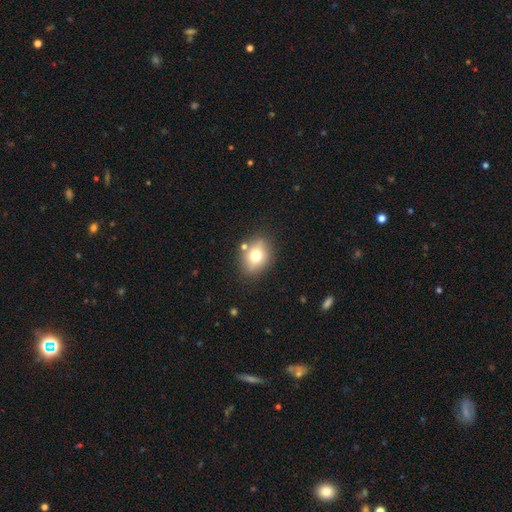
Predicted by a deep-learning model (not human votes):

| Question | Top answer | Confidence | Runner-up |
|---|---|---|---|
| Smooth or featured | smooth | 67% | featured or disk (22%) |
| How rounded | in between | 55% | round (43%) |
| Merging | none | 80% | minor disturbance (12%) |